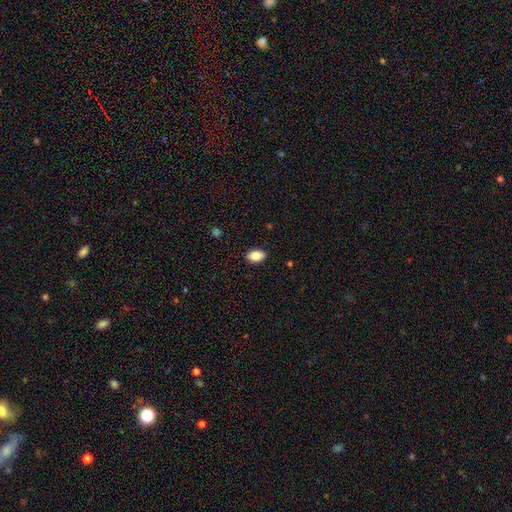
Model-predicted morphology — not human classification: Q: Smooth or featured?
A: smooth (84%); runner-up: featured or disk (8%)
Q: How rounded?
A: in between (89%); runner-up: round (10%)
Q: Merging?
A: none (89%); runner-up: minor disturbance (9%)